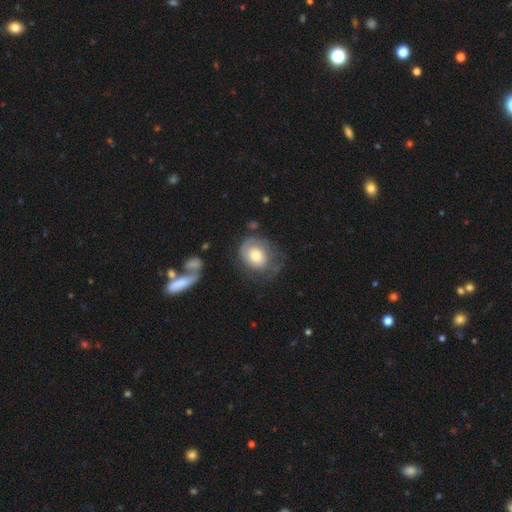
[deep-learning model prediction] Overall: smooth (54%; featured or disk 39%). How rounded: round (62%; in between 37%). Merging: none (49%; minor disturbance 26%).